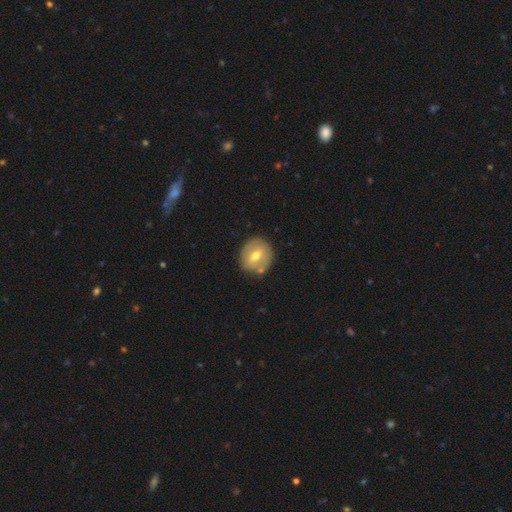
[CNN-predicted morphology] This is possibly a smooth galaxy (55%). How rounded: clearly round (83%). Merging: likely none (77%).